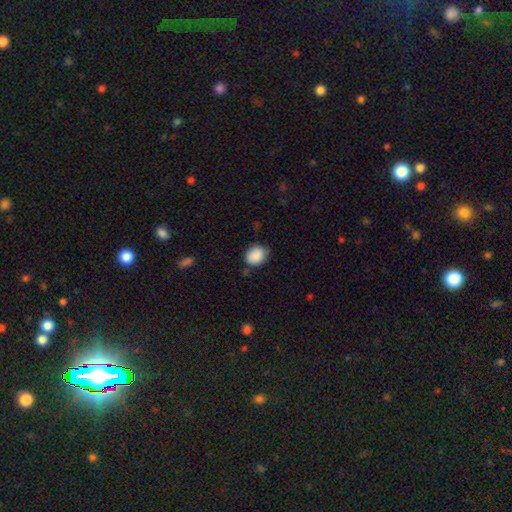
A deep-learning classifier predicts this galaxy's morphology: Smooth or featured?
  - smooth: 88% *
  - star or artifact: 7%
  - featured or disk: 4%
How rounded?
  - round: 59% *
  - in between: 41%
  - cigar-shaped: 1%
Merging?
  - none: 69% *
  - minor disturbance: 24%
  - major disturbance: 5%
  - merger: 2%